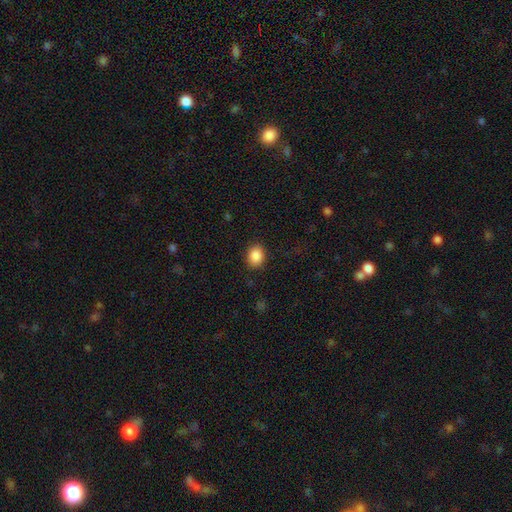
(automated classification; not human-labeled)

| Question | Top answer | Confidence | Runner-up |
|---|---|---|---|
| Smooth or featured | smooth | 88% | star or artifact (9%) |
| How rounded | round | 50% | in between (49%) |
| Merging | none | 87% | minor disturbance (9%) |